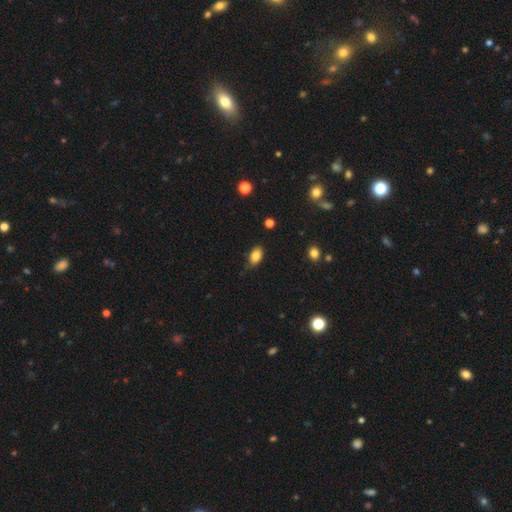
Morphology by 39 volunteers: A smooth galaxy with no disk features (90%) that is in between round and cigar-shaped (91%).

Vote fractions:
- Smooth or featured? smooth: 90% / featured or disk: 5% / star or artifact: 5%
- How rounded? in between: 91% / round: 6% / cigar-shaped: 3%
- Merging? none: 84% / minor disturbance: 11% / major disturbance: 5% / merger: 0%